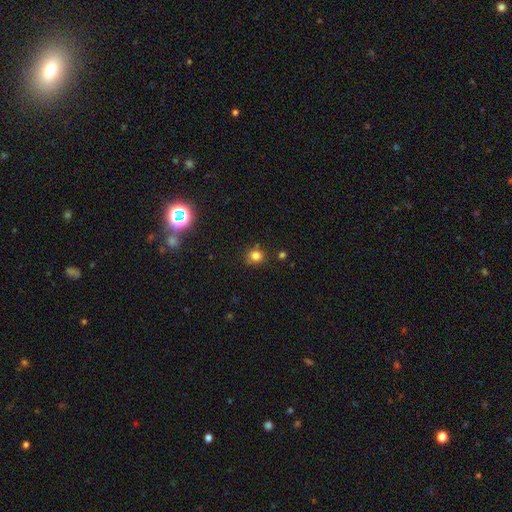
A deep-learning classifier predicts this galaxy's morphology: The model was most divided on "merging": none: 77%, minor disturbance: 15%, merger: 5%, major disturbance: 4%. More confident: how rounded — round (83%); smooth or featured — smooth (80%).